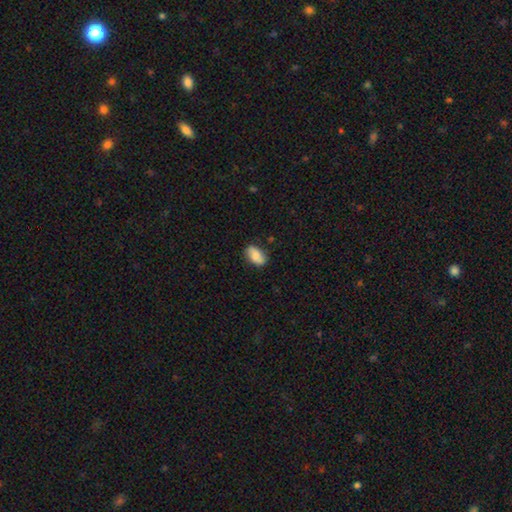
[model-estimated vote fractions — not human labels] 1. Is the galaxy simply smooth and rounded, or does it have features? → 82% smooth, 11% featured or disk, 7% star or artifact.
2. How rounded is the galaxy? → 91% in between, 6% round, 3% cigar-shaped.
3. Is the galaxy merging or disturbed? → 78% none, 17% minor disturbance, 3% major disturbance, 2% merger.